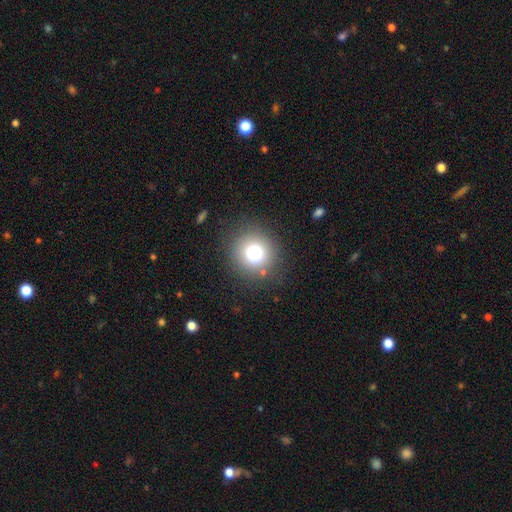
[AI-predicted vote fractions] This appears to be a smooth galaxy with no disk features (74%) that is round (91%). Merging: none (85%).